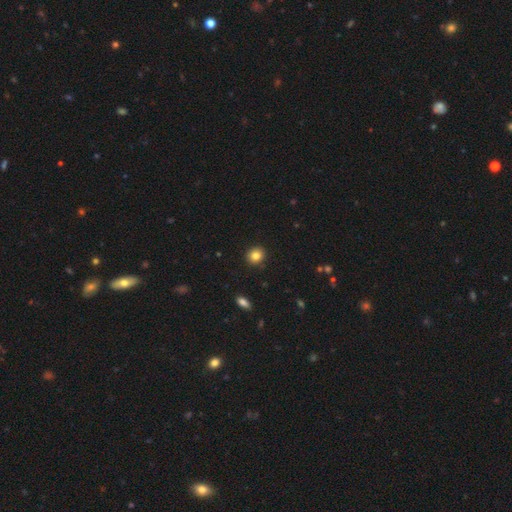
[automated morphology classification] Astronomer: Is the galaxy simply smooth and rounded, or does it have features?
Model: smooth — 83%.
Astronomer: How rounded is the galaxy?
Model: round — 83%.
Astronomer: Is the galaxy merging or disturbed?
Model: none — 91%.